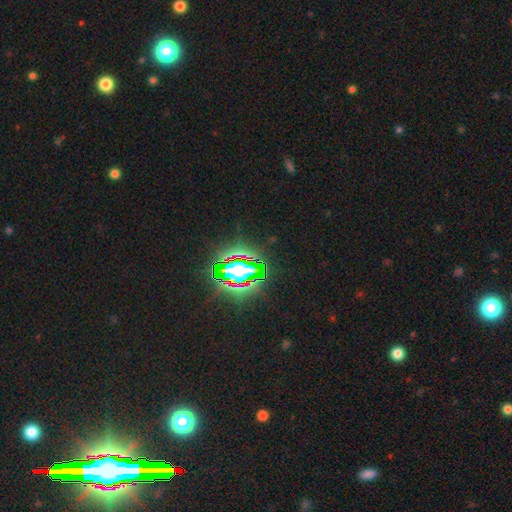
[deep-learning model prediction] A star or artifact, not a galaxy (78%).